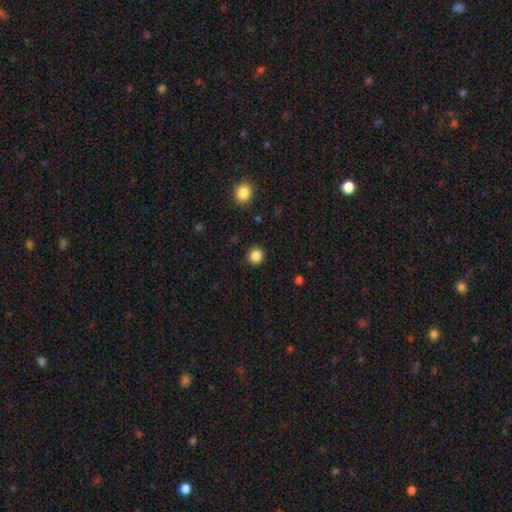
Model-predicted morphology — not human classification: Overall: smooth (86%). How rounded: round (87%). Merging: none (91%).